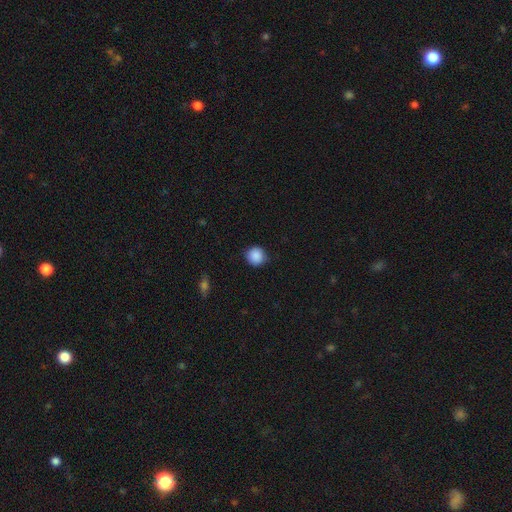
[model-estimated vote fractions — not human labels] The model was most divided on "merging": none: 86%, minor disturbance: 10%, major disturbance: 2%, merger: 1%. More confident: how rounded — round (92%); smooth or featured — smooth (88%).